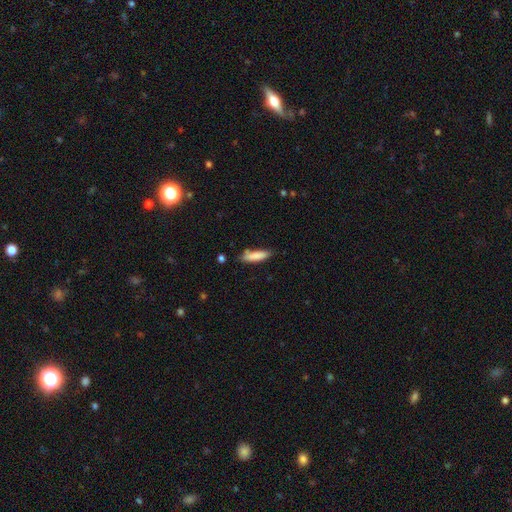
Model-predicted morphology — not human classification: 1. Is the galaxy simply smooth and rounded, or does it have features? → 83% smooth, 10% featured or disk, 6% star or artifact.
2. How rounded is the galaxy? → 68% cigar-shaped, 30% in between, 1% round.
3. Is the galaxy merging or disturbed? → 72% none, 21% minor disturbance, 4% merger, 4% major disturbance.